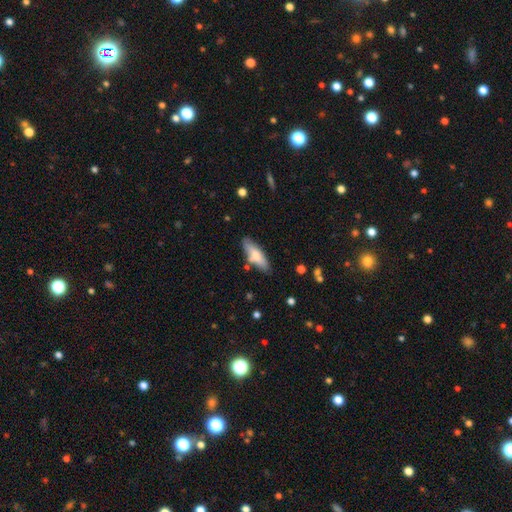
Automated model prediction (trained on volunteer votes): smooth_or_featured: smooth (p=0.71) [alt: featured or disk p=0.23]
how_rounded: in between (p=0.55) [alt: cigar-shaped p=0.43]
merging: none (p=0.76) [alt: minor disturbance p=0.16]